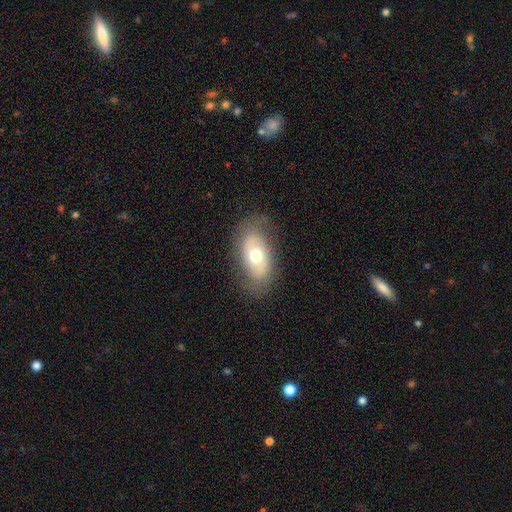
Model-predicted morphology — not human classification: type=smooth (49%); merging=none (79%).